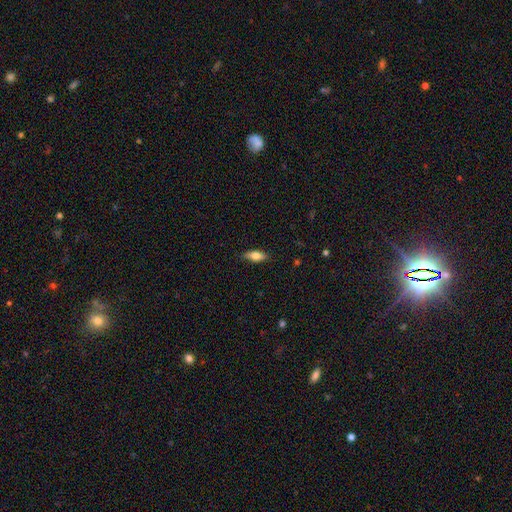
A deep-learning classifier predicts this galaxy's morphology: A smooth galaxy with no disk features (68%) that is in between round and cigar-shaped (68%).

Vote fractions:
- Smooth or featured? smooth: 68% / featured or disk: 25% / star or artifact: 7%
- How rounded? in between: 68% / cigar-shaped: 29% / round: 3%
- Merging? none: 85% / minor disturbance: 12% / major disturbance: 2% / merger: 1%